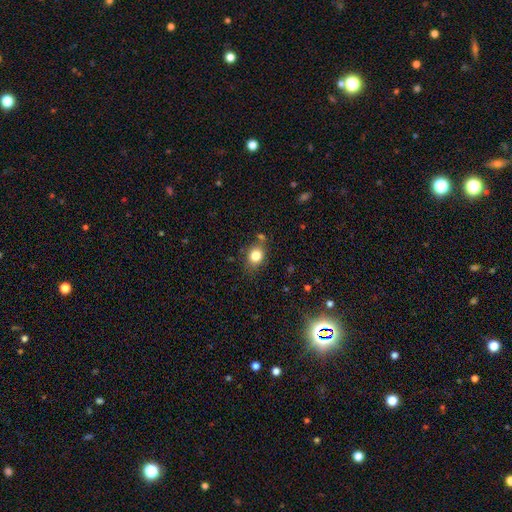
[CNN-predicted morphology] smooth-or-featured: smooth: 81% | star or artifact: 10% | featured or disk: 8%
  how-rounded: round: 54% | in between: 45% | cigar-shaped: 1%
  merging: none: 72% | minor disturbance: 17% | merger: 7% | major disturbance: 5%